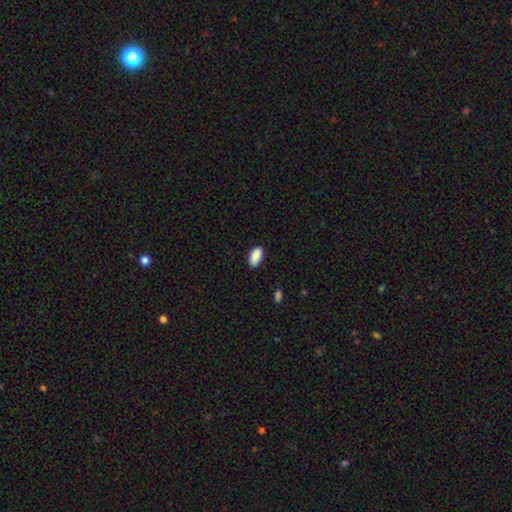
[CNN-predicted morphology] Smooth or featured?
  - smooth: 89% *
  - star or artifact: 7%
  - featured or disk: 4%
How rounded?
  - in between: 91% *
  - cigar-shaped: 7%
  - round: 2%
Merging?
  - none: 85% *
  - minor disturbance: 12%
  - major disturbance: 2%
  - merger: 1%